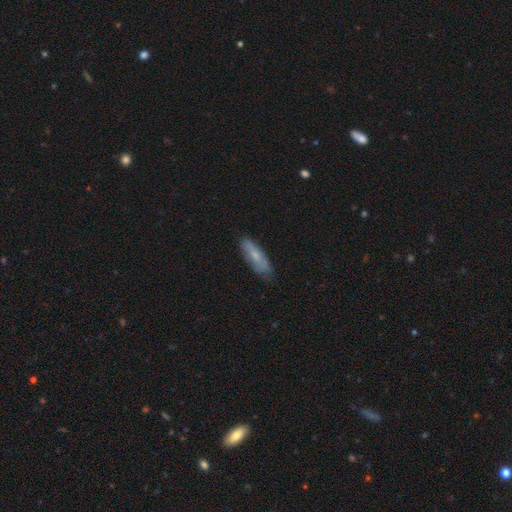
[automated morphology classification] A smooth galaxy with no disk features (59%) that is cigar-shaped (51%). Merging: none (73%).